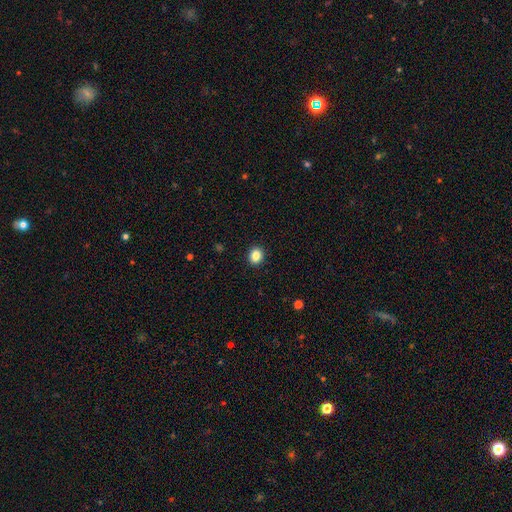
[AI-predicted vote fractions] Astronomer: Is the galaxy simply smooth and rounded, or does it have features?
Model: smooth — 85%.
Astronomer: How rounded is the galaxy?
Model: round — 69%.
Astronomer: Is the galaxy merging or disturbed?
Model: none — 92%.